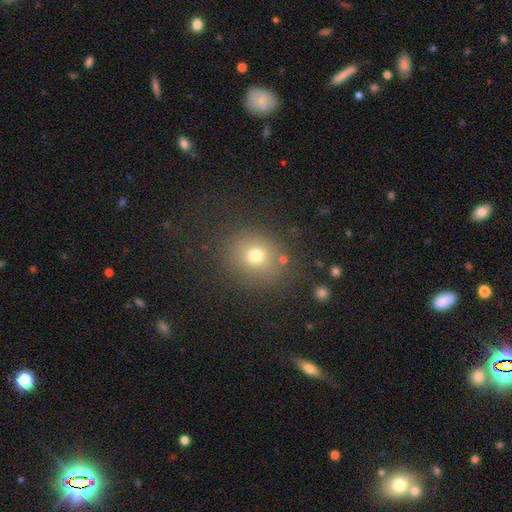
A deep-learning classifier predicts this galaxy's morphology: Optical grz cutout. It shows a smooth galaxy with no disk features (72%) that is round (75%). Merging: none (81%).